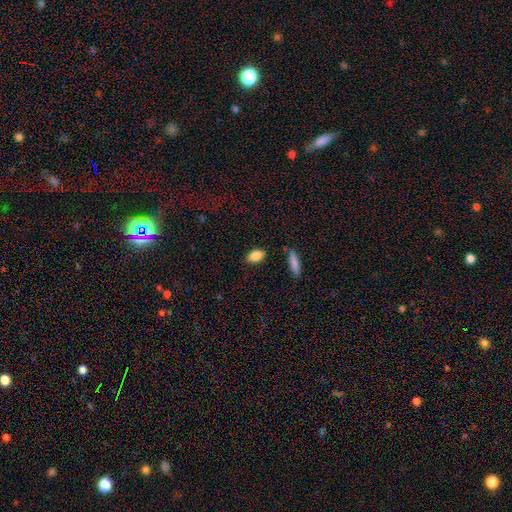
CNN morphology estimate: smooth 87%, star or artifact 7%, featured or disk 6%. Down the decision tree: how rounded — in between (88%); merging — none (85%).